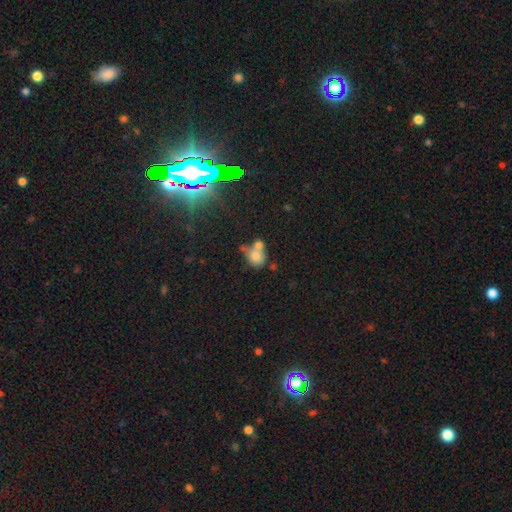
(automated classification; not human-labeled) Morphology: type=smooth (75%); roundness=round (67%); merging=merger (49%).